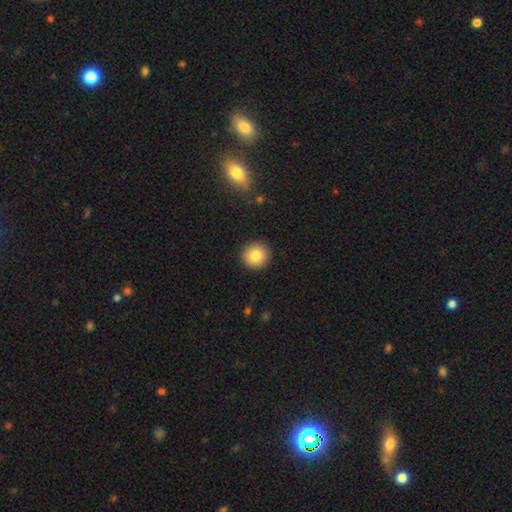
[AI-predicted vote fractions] Morphology: type=smooth (82%); roundness=round (94%); merging=none (92%).